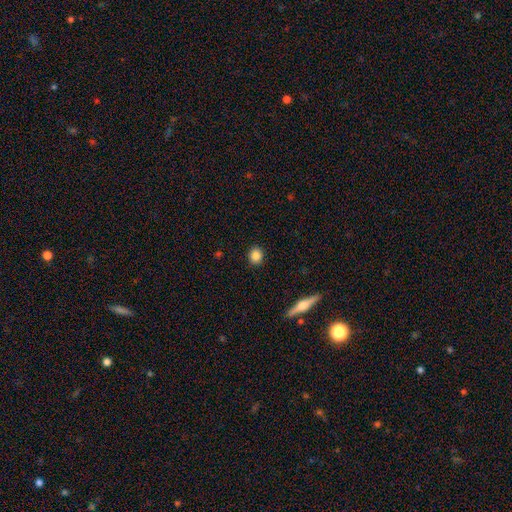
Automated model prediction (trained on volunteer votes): Smooth or featured? Predicted: smooth (p=0.85). How rounded? Predicted: round (p=0.81). Merging? Predicted: none (p=0.91).